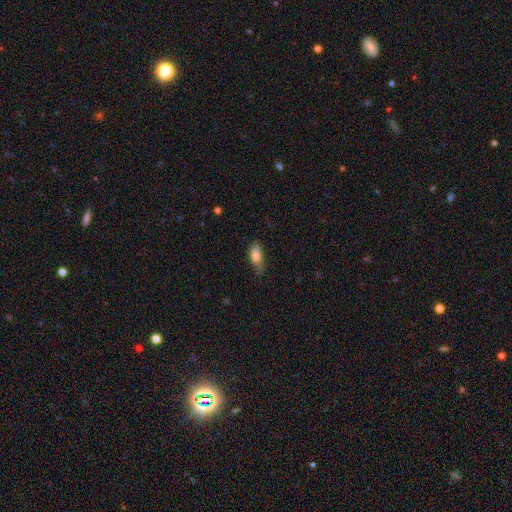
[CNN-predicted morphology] smooth_or_featured: smooth (p=0.77) [alt: featured or disk p=0.15]
how_rounded: in between (p=0.82) [alt: cigar-shaped p=0.14]
merging: none (p=0.61) [alt: minor disturbance p=0.31]